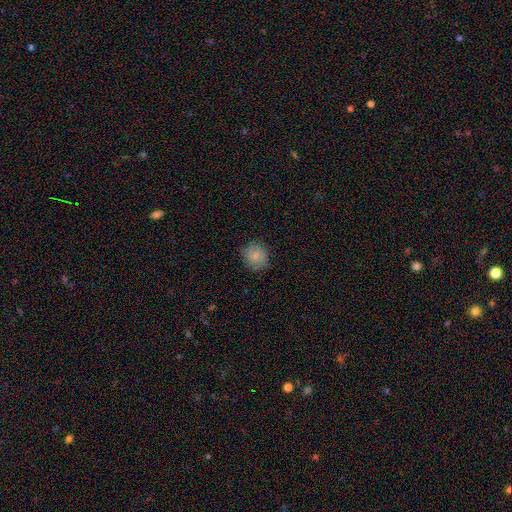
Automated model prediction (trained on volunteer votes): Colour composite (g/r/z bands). It shows a smooth galaxy with no disk features (83%) that is round (84%). Merging: none (82%).